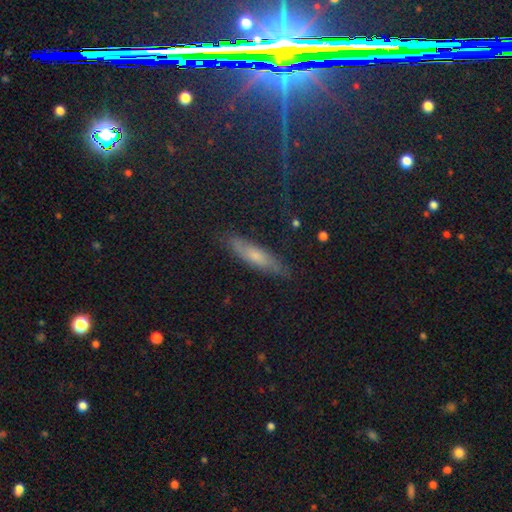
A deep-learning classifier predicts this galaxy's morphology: This appears to be a smooth galaxy with no disk features (58%) that is cigar-shaped (66%). Merging: none (79%).